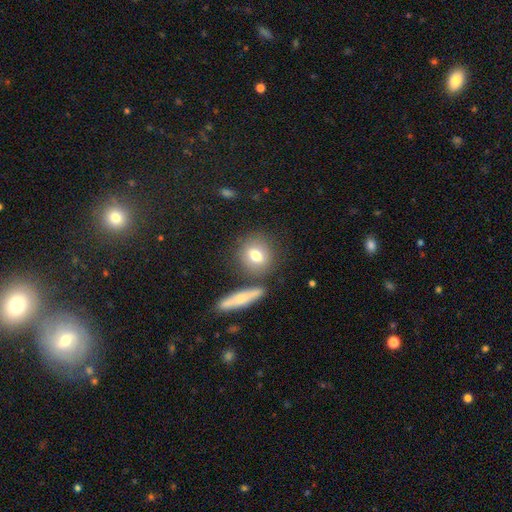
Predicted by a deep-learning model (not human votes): smooth 75%, featured or disk 16%, star or artifact 8%. Down the decision tree: how rounded — round (69%); merging — none (73%).